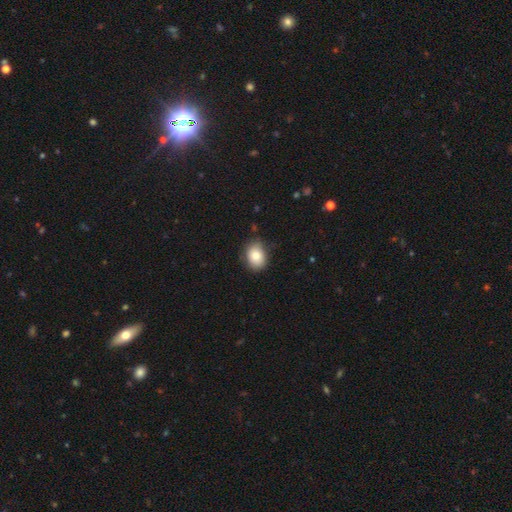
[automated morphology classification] Smooth or featured? Predicted: smooth (p=0.82). How rounded? Predicted: in between (p=0.60). Merging? Predicted: none (p=0.80).